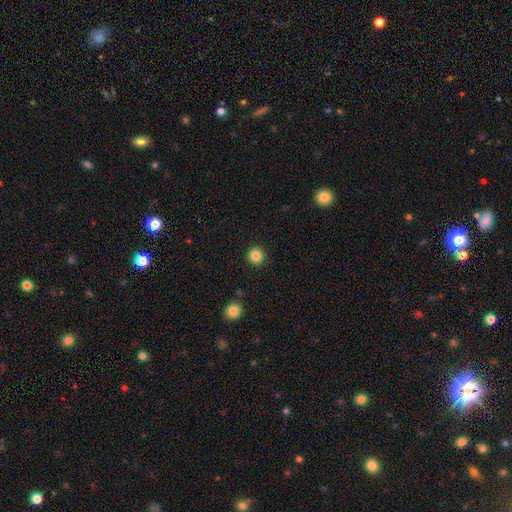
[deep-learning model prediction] The model was most divided on "smooth or featured": smooth: 85%, star or artifact: 11%, featured or disk: 4%. More confident: how rounded — round (95%); merging — none (92%).